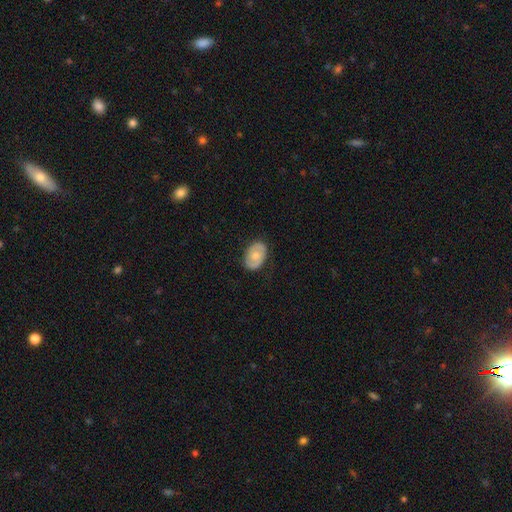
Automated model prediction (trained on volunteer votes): A smooth galaxy with no disk features (57%) that is in between round and cigar-shaped (85%). Merging: none (83%).